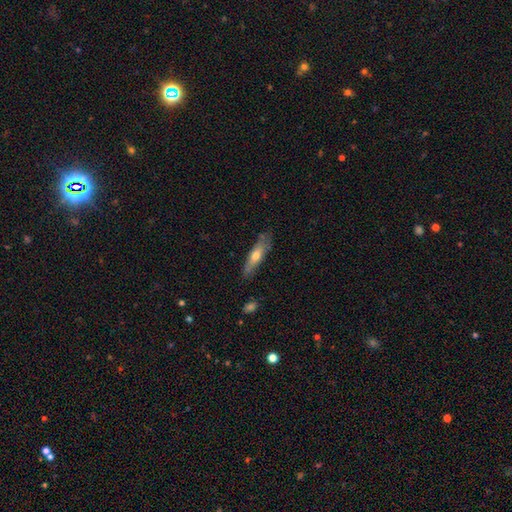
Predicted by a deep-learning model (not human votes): Q: Smooth or featured?
A: smooth (56%); runner-up: featured or disk (38%)
Q: How rounded?
A: cigar-shaped (71%); runner-up: in between (27%)
Q: Merging?
A: none (73%); runner-up: minor disturbance (20%)